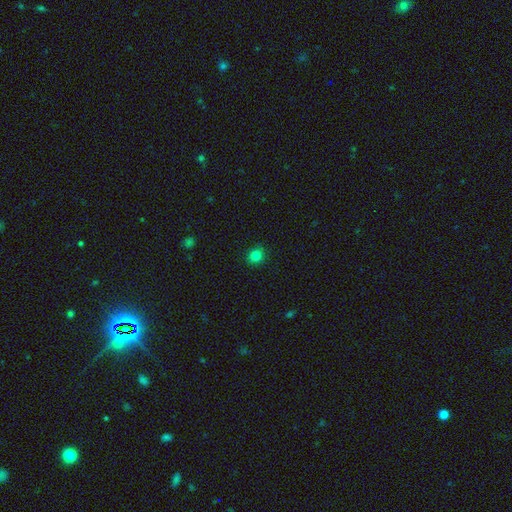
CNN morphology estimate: Overall: smooth (82%). How rounded: round (83%). Merging: none (91%).